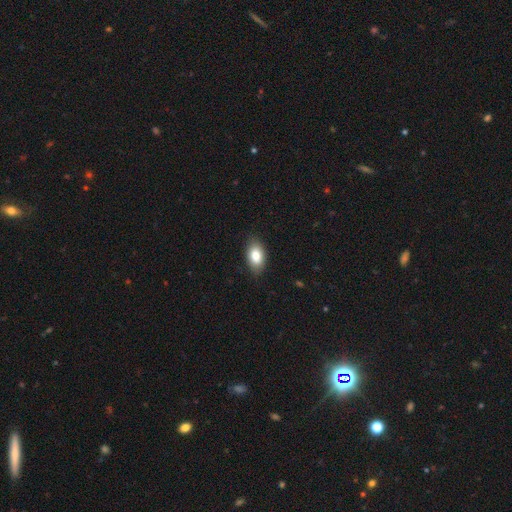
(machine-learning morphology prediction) Smooth or featured: smooth — 83% (featured or disk — 10%)
How rounded: in between — 91% (round — 7%)
Merging: none — 85% (minor disturbance — 12%)